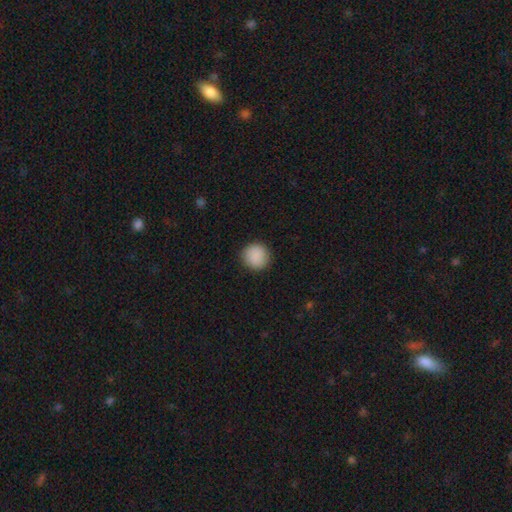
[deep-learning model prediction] Morphology: type=smooth (89%); roundness=round (93%); merging=none (90%).